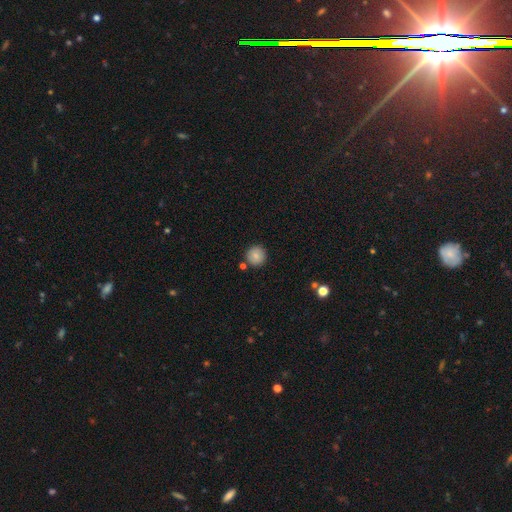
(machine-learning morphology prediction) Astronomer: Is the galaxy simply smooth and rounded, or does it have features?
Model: smooth — 83%.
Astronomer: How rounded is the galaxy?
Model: round — 95%.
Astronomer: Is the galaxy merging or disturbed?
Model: none — 86%.